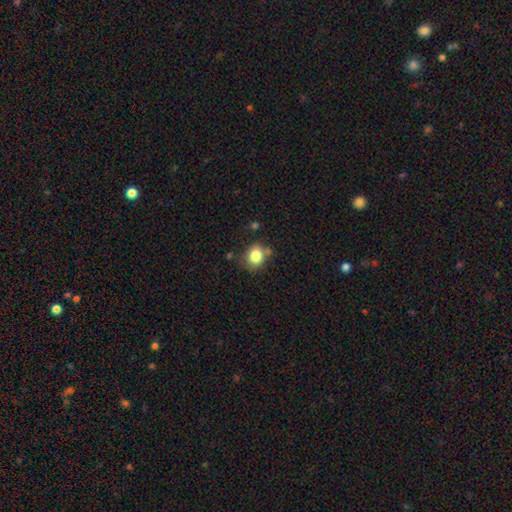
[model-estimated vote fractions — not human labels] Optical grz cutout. It shows a smooth galaxy with no disk features (82%) that is round (66%). Merging: none (71%).